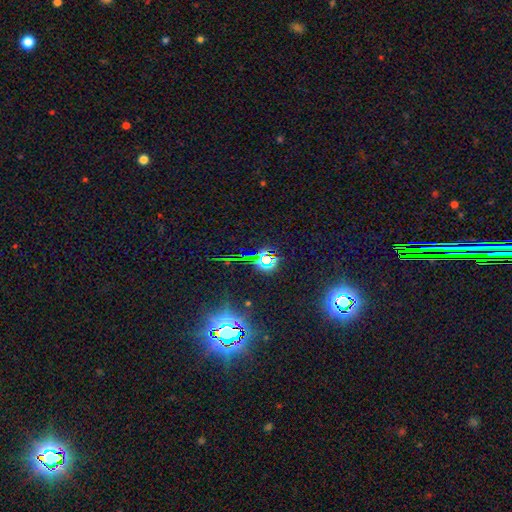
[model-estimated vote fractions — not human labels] star or artifact 79%, smooth 12%, featured or disk 9%.